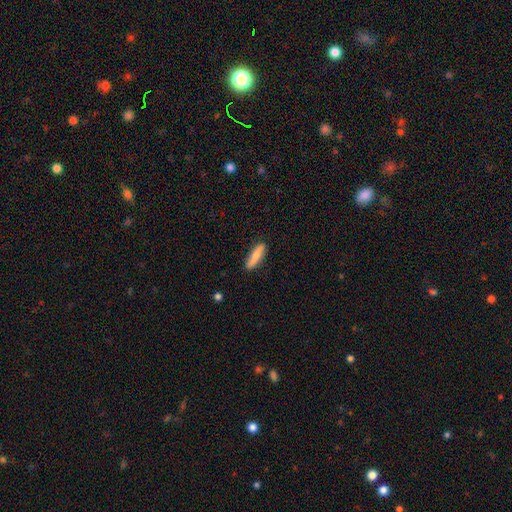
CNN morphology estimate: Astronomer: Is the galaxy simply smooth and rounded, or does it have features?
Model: smooth — 73%.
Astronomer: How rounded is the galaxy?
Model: cigar-shaped — 65%.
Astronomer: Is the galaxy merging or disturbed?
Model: none — 86%.